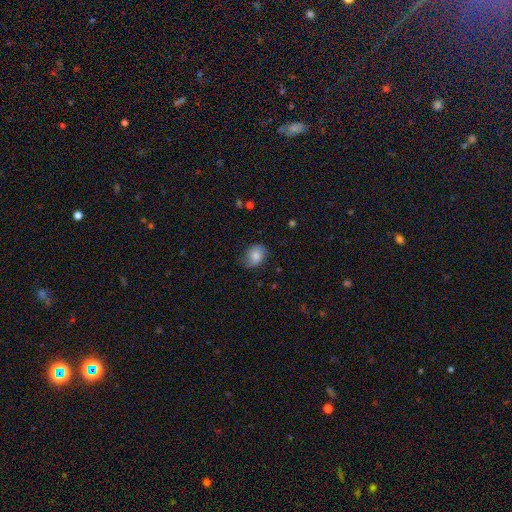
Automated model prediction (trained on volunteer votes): Smooth or featured: smooth — 80% (featured or disk — 12%)
How rounded: in between — 61% (round — 38%)
Merging: none — 67% (minor disturbance — 25%)